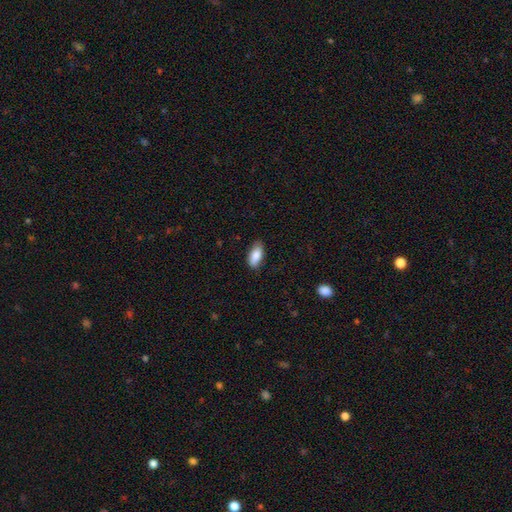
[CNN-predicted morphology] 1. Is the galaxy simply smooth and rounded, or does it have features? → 86% smooth, 7% featured or disk, 6% star or artifact.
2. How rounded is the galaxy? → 88% in between, 10% cigar-shaped, 2% round.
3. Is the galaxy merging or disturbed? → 82% none, 15% minor disturbance, 3% major disturbance, 1% merger.